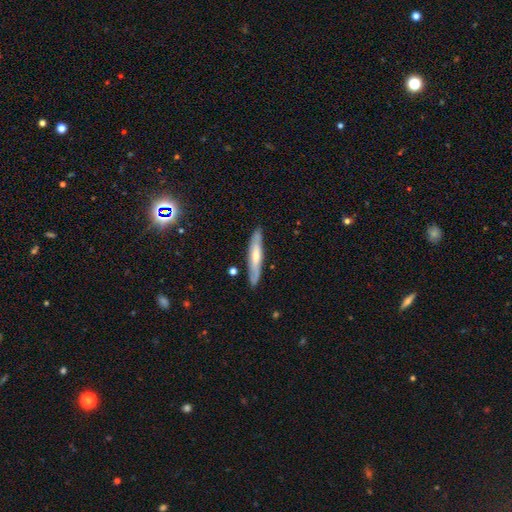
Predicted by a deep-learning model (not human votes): smooth-or-featured: featured or disk: 52% | smooth: 42% | star or artifact: 6%
  disk-edge-on: yes: 68% | no: 32%
  merging: none: 84% | minor disturbance: 12% | major disturbance: 2% | merger: 2%